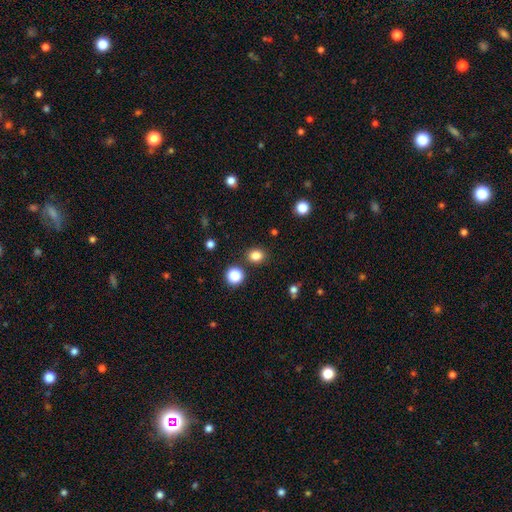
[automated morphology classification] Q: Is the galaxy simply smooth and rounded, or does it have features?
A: smooth — 82%.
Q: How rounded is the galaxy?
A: round — 67%.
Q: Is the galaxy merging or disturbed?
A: none — 86%.